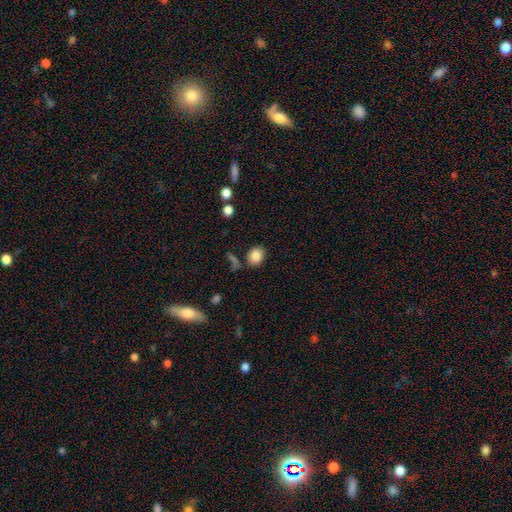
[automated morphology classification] Smooth or featured?
  - smooth: 85% *
  - star or artifact: 9%
  - featured or disk: 6%
How rounded?
  - round: 52% *
  - in between: 47%
  - cigar-shaped: 1%
Merging?
  - none: 77% *
  - minor disturbance: 13%
  - merger: 6%
  - major disturbance: 4%